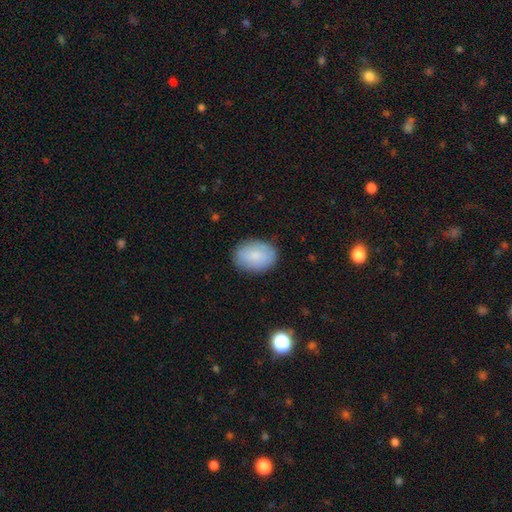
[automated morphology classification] This appears to be a smooth galaxy with no disk features (80%) that is in between round and cigar-shaped (76%). Merging: none (85%).